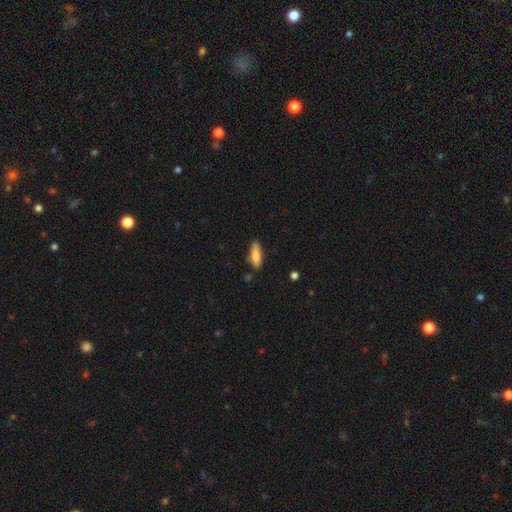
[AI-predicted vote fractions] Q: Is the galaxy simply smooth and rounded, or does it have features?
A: smooth — 83%.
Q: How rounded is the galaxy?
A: in between — 53%.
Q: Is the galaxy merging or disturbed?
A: none — 79%.